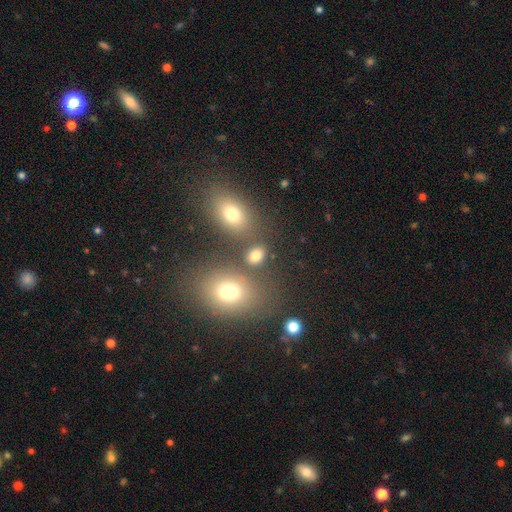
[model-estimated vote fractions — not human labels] smooth_or_featured: smooth (p=0.75) [alt: star or artifact p=0.16]
how_rounded: in between (p=0.66) [alt: round p=0.32]
merging: none (p=0.68) [alt: merger p=0.16]